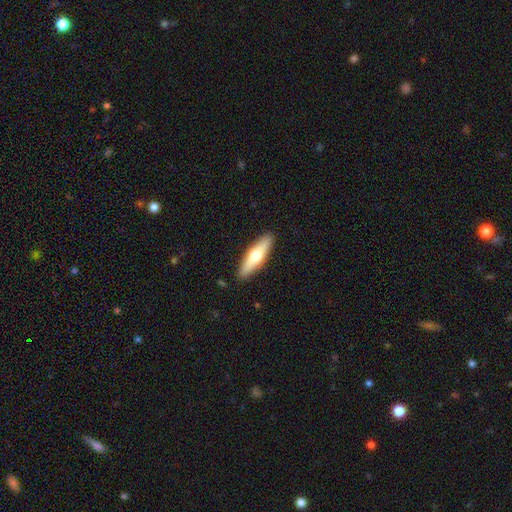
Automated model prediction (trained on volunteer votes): This appears to be a smooth galaxy with no disk features (58%) that is cigar-shaped (68%). Merging: none (90%).